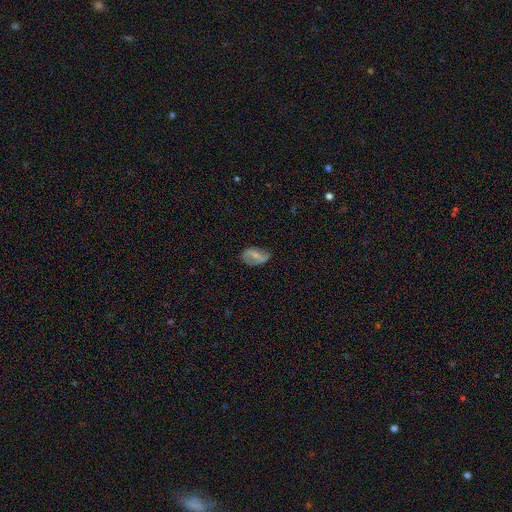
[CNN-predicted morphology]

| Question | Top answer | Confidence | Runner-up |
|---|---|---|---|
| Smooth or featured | smooth | 49% | featured or disk (43%) |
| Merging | none | 64% | minor disturbance (25%) |